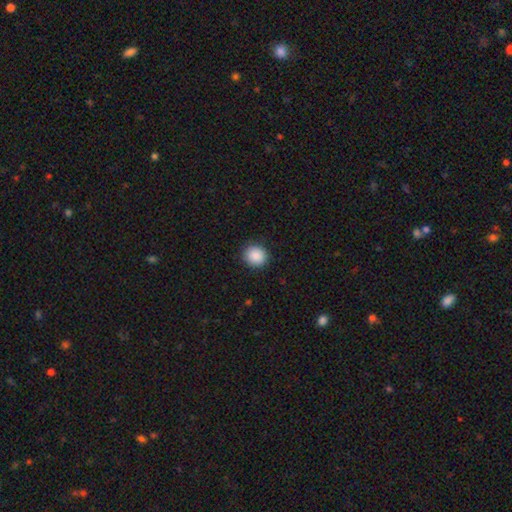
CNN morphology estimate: Smooth or featured? smooth (89%)
How rounded? round (88%)
Merging? none (90%)